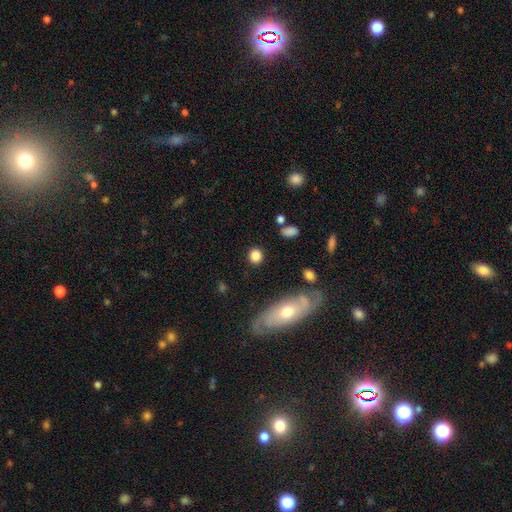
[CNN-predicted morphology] A smooth galaxy with no disk features (84%) that is round (77%).

Vote fractions:
- Smooth or featured? smooth: 84% / star or artifact: 10% / featured or disk: 7%
- How rounded? round: 77% / in between: 21% / cigar-shaped: 2%
- Merging? none: 86% / minor disturbance: 8% / major disturbance: 3% / merger: 3%